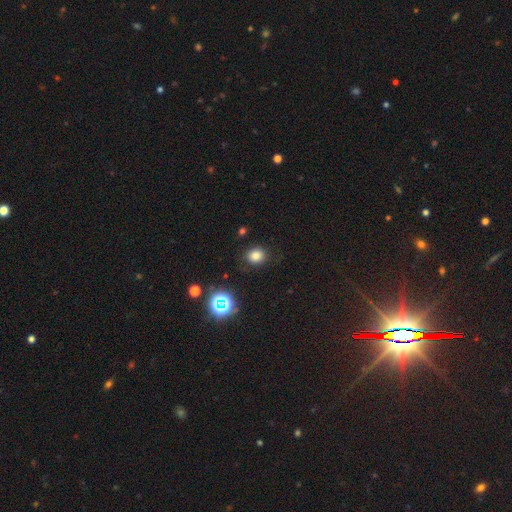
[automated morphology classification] This is likely a smooth galaxy (76%). How rounded: likely round (67%). Merging: clearly none (84%).